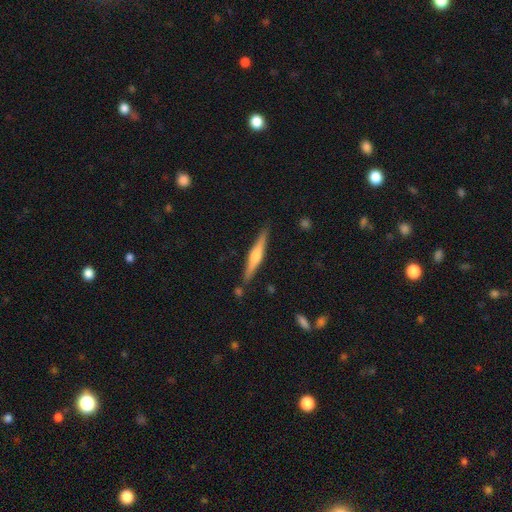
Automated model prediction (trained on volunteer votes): A featured or disk galaxy (67%) viewed edge-on (98%) with a rounded central bulge (83%). Merging: none (88%).